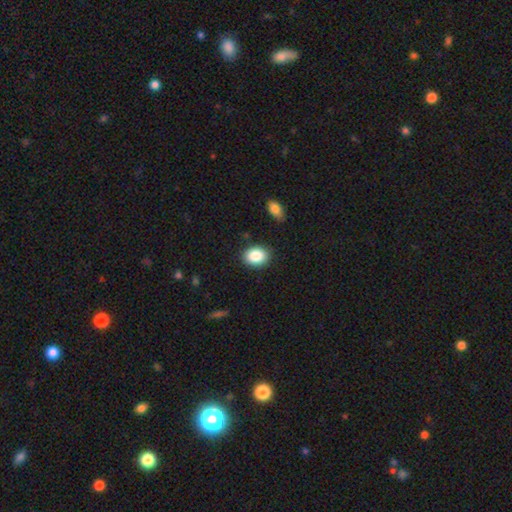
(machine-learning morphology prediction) This is clearly a smooth galaxy (87%). How rounded: likely in between (61%). Merging: clearly none (87%).